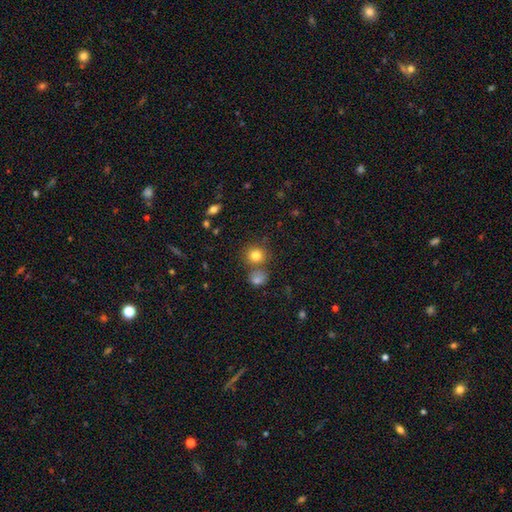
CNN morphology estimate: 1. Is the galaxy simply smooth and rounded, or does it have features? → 81% smooth, 12% star or artifact, 7% featured or disk.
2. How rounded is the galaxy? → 86% round, 13% in between, 1% cigar-shaped.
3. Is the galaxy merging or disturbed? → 68% none, 19% merger, 9% minor disturbance, 4% major disturbance.